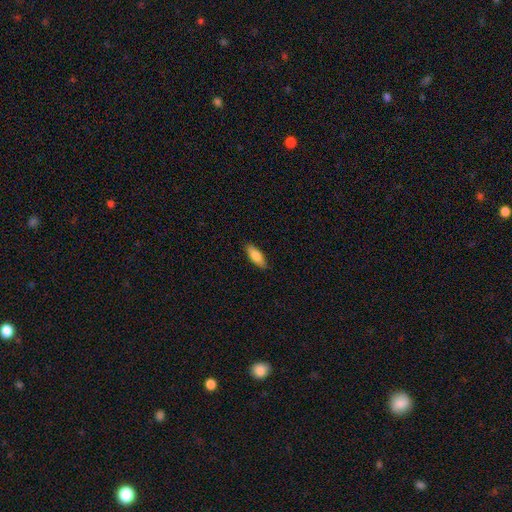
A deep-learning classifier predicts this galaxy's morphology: Smooth or featured: smooth — 80% (featured or disk — 14%)
How rounded: in between — 68% (cigar-shaped — 30%)
Merging: none — 87% (minor disturbance — 11%)